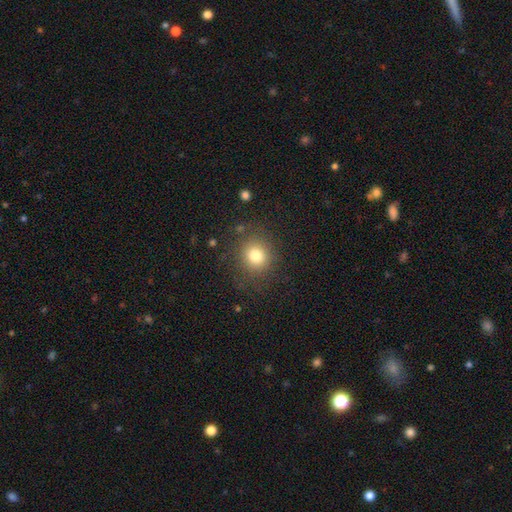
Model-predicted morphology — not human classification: Smooth or featured: smooth — 78% (star or artifact — 13%)
How rounded: round — 84% (in between — 15%)
Merging: none — 83% (minor disturbance — 10%)